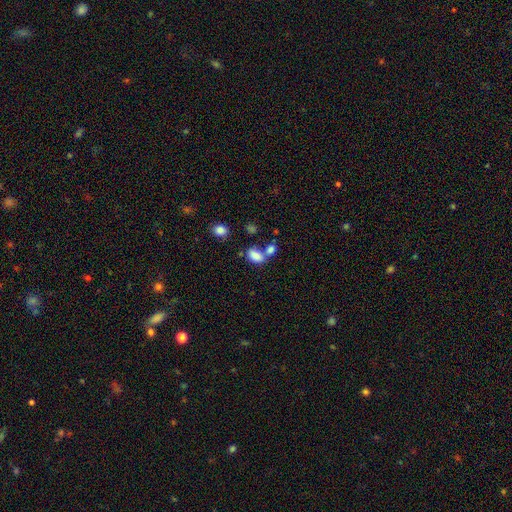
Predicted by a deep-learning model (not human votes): Smooth or featured? Predicted: smooth (p=0.83). How rounded? Predicted: in between (p=0.88). Merging? Predicted: merger (p=0.42).